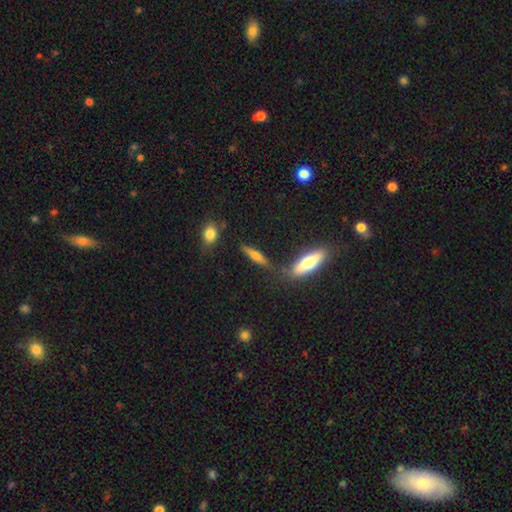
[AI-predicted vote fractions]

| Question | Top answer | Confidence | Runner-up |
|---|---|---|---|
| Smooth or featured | smooth | 52% | featured or disk (38%) |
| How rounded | cigar-shaped | 80% | in between (17%) |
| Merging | none | 73% | minor disturbance (14%) |